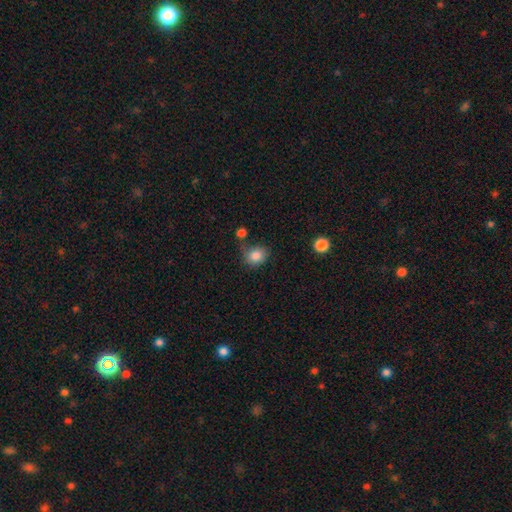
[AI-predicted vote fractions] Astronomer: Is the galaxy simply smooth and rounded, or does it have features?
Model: smooth — 84%.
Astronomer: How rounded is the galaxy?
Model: round — 66%.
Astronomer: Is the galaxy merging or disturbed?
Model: none — 67%.